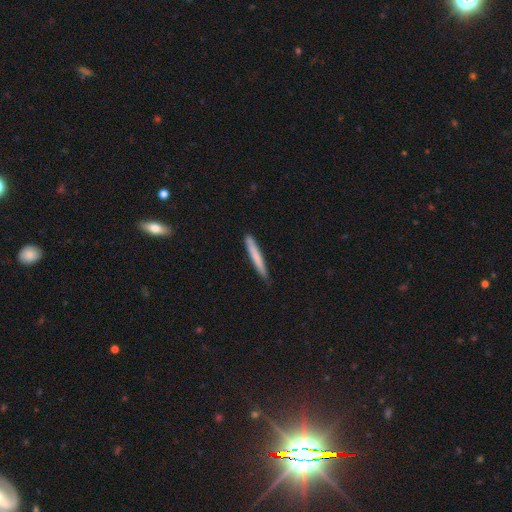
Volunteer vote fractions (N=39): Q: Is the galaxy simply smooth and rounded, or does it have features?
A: smooth — 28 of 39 (72%).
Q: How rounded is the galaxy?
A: cigar-shaped — 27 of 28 (96%).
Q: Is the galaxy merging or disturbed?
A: none — 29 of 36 (81%).